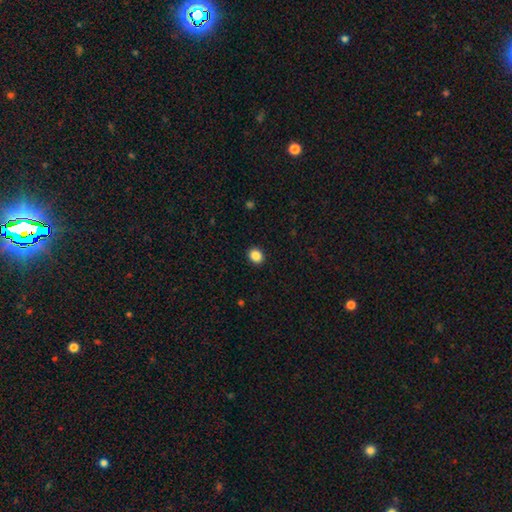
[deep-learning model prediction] The model was most divided on "how rounded": round: 61%, in between: 38%, cigar-shaped: 1%. More confident: merging — none (92%); smooth or featured — smooth (87%).